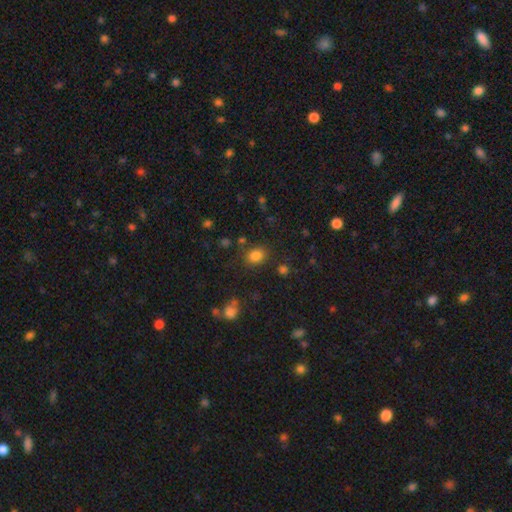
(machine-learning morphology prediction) This is clearly a smooth galaxy (82%). How rounded: possibly in between (55%). Merging: likely none (78%).